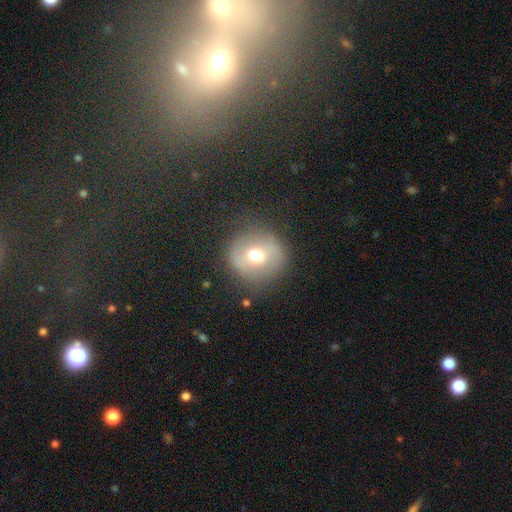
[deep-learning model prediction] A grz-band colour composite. It shows a smooth galaxy with no disk features (59%) that is round (87%). Merging: none (78%).